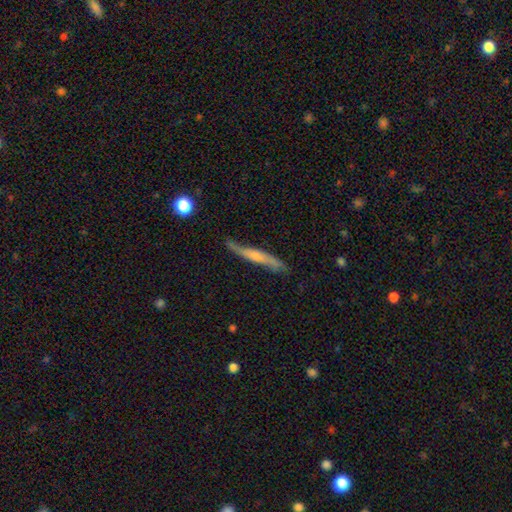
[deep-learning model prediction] Smooth or featured? Predicted: featured or disk (p=0.56). Edge-on disk? Predicted: yes (p=0.84). Merging? Predicted: none (p=0.73).